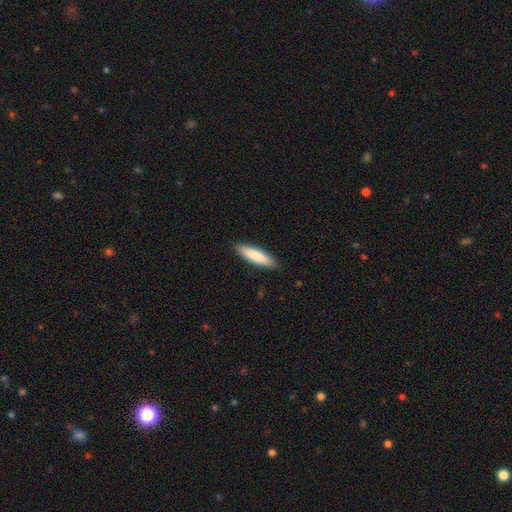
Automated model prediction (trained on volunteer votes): Overall: smooth (82%). How rounded: cigar-shaped (74%). Merging: none (90%).